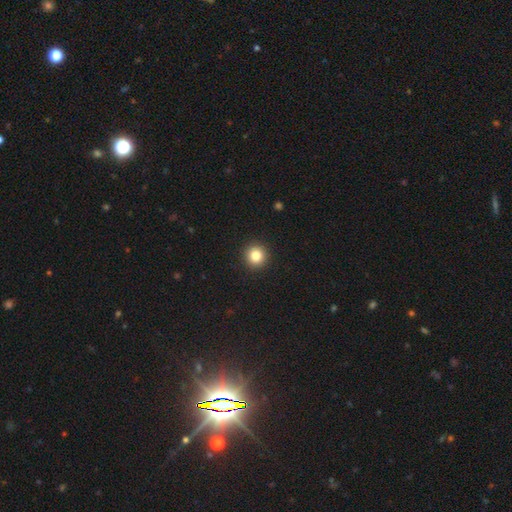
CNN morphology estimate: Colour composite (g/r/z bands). It shows a smooth galaxy with no disk features (82%) that is round (95%). Merging: none (93%).